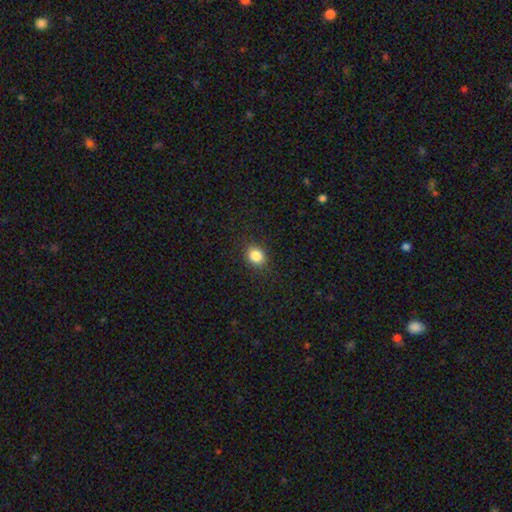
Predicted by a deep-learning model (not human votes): This appears to be a smooth galaxy with no disk features (85%) that is round (58%). Merging: none (88%).